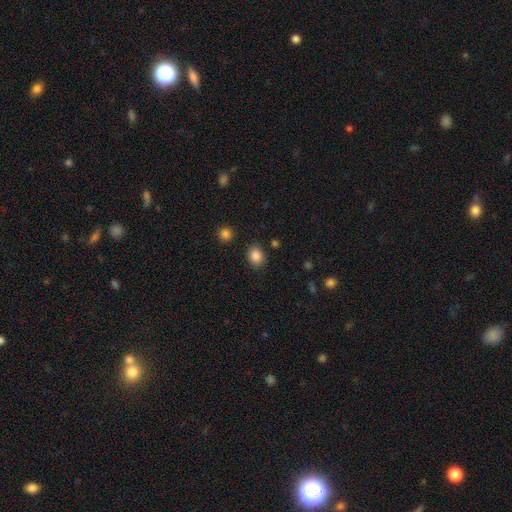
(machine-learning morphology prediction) Smooth or featured? smooth (86%)
How rounded? round (51%)
Merging? none (86%)